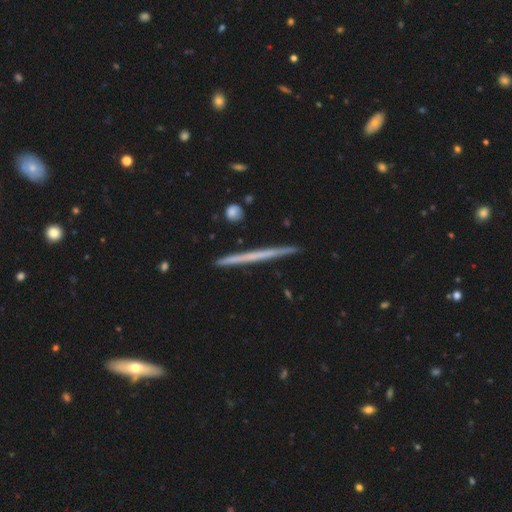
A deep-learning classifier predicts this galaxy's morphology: Q: Smooth or featured?
A: featured or disk (54%); runner-up: smooth (40%)
Q: Edge-on disk?
A: yes (98%); runner-up: no (2%)
Q: Edge-on bulge?
A: none (92%); runner-up: rounded (6%)
Q: Merging?
A: none (91%); runner-up: minor disturbance (6%)